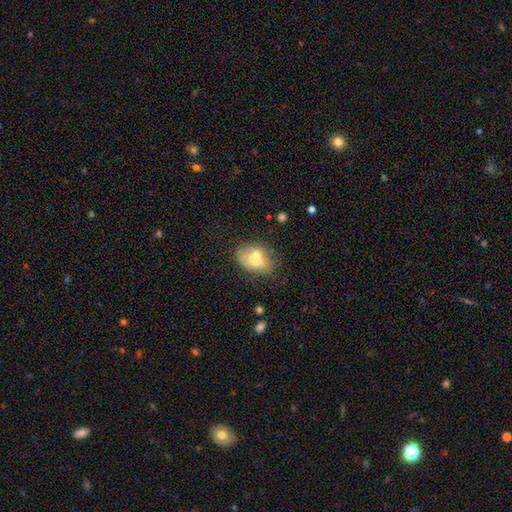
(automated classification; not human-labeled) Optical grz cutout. It shows a smooth galaxy with no disk features (64%) that is in between round and cigar-shaped (79%). Merging: none (43%).